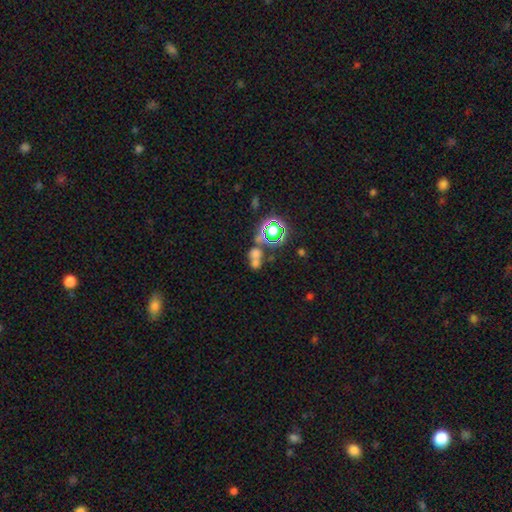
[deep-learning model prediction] The model was most divided on "how rounded": round: 51%, in between: 46%, cigar-shaped: 3%. More confident: smooth or featured — smooth (57%); merging — merger (55%).